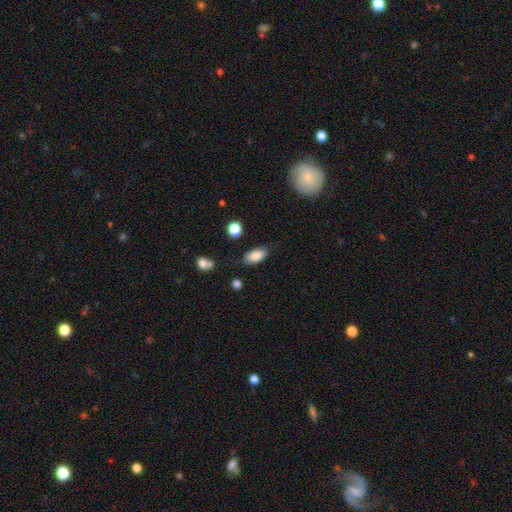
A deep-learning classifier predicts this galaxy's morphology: A smooth galaxy with no disk features (84%) that is in between round and cigar-shaped (91%). Merging: none (77%).